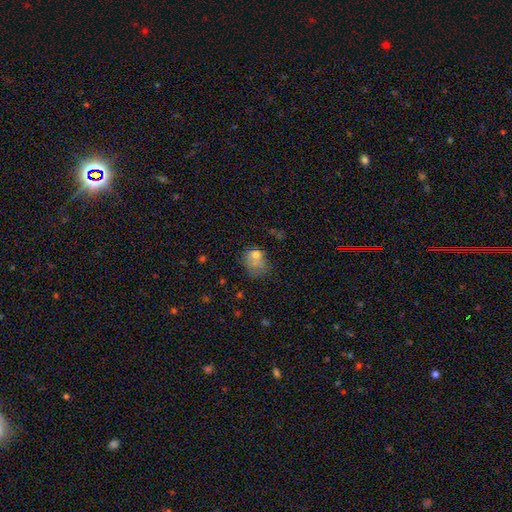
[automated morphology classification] smooth_or_featured: smooth (p=0.64) [alt: featured or disk p=0.22]
how_rounded: in between (p=0.51) [alt: round p=0.48]
merging: none (p=0.32) [alt: major disturbance p=0.30]